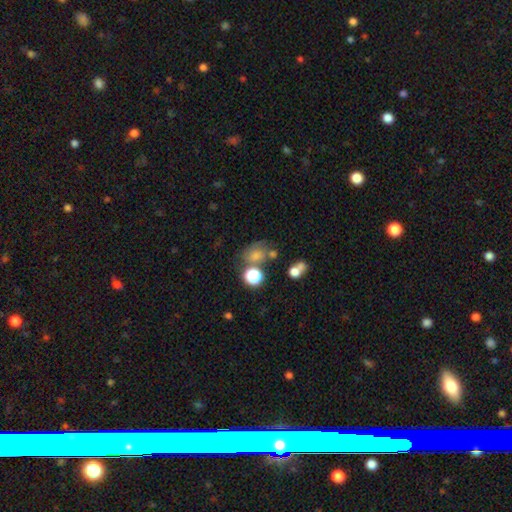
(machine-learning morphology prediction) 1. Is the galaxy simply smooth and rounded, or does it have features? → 63% smooth, 20% star or artifact, 17% featured or disk.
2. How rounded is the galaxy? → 55% round, 44% in between, 1% cigar-shaped.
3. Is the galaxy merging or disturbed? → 45% none, 22% merger, 19% minor disturbance, 13% major disturbance.